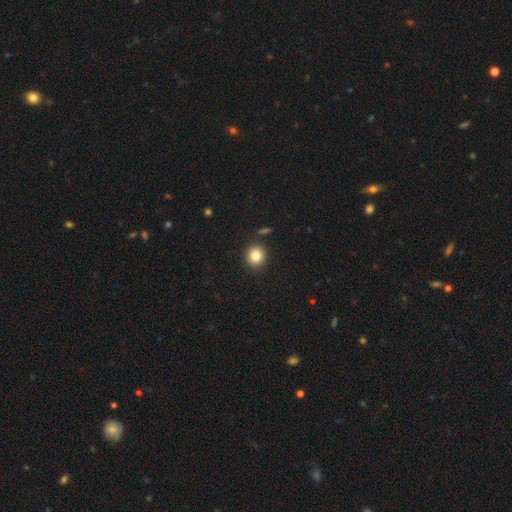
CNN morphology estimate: This appears to be a smooth galaxy with no disk features (83%) that is round (90%). Merging: none (89%).